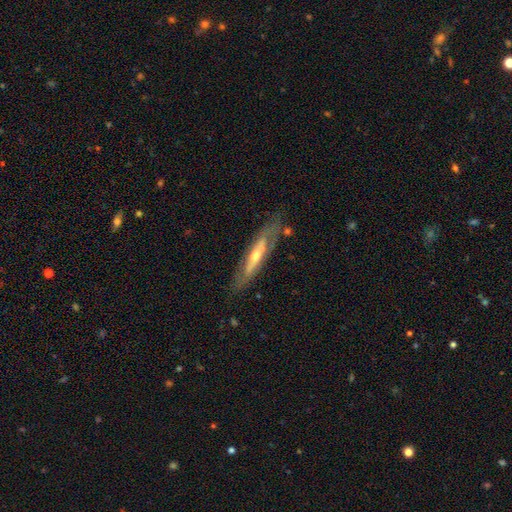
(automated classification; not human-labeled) Overall: featured or disk (69%). Edge-on disk: yes (58%; no 42%). Merging: none (74%).